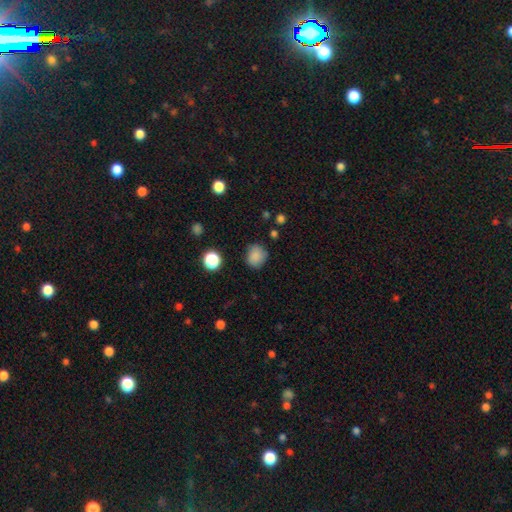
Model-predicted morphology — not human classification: Smooth or featured?
  - smooth: 84% *
  - star or artifact: 11%
  - featured or disk: 5%
How rounded?
  - round: 76% *
  - in between: 23%
  - cigar-shaped: 1%
Merging?
  - none: 78% *
  - minor disturbance: 16%
  - major disturbance: 4%
  - merger: 2%